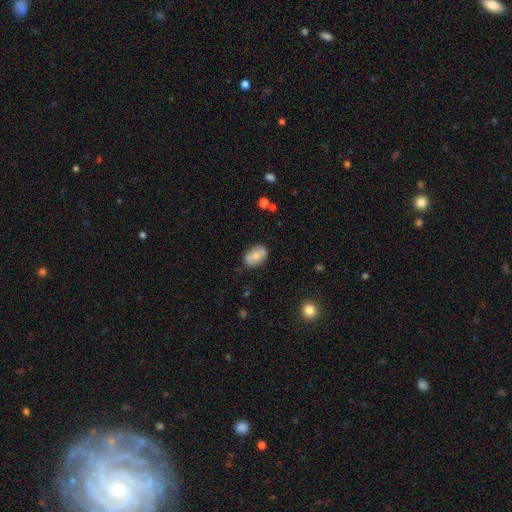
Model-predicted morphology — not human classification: The model was most divided on "smooth or featured": smooth: 63%, featured or disk: 29%, star or artifact: 8%. More confident: how rounded — in between (82%); merging — none (78%).